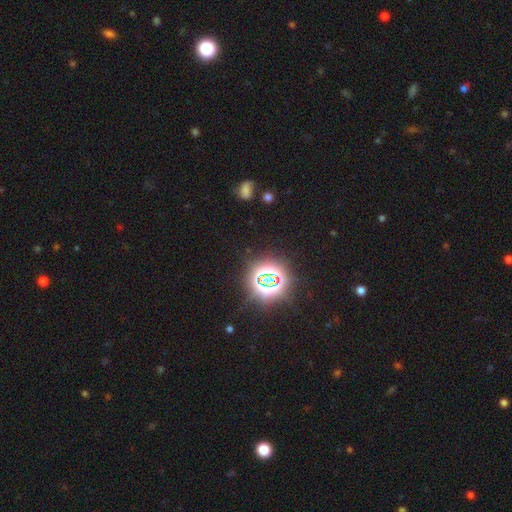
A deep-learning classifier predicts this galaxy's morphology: Smooth or featured? star or artifact (79%)